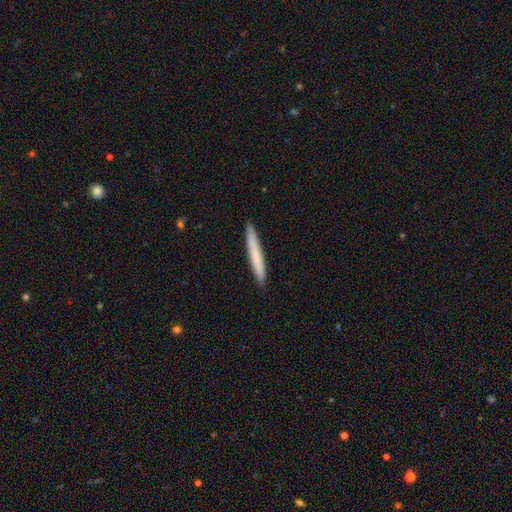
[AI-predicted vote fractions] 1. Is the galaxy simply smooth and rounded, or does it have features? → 70% smooth, 25% featured or disk, 6% star or artifact.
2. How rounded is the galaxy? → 97% cigar-shaped, 2% in between, 1% round.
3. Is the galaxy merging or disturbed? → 92% none, 6% minor disturbance, 1% major disturbance, 1% merger.